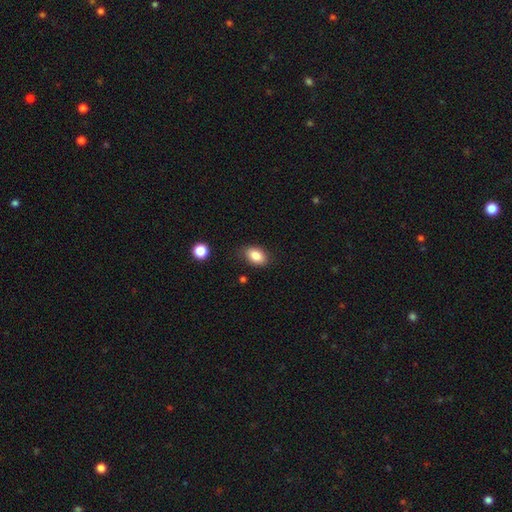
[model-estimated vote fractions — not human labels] Morphology: type=smooth (85%); roundness=in between (87%); merging=none (80%).